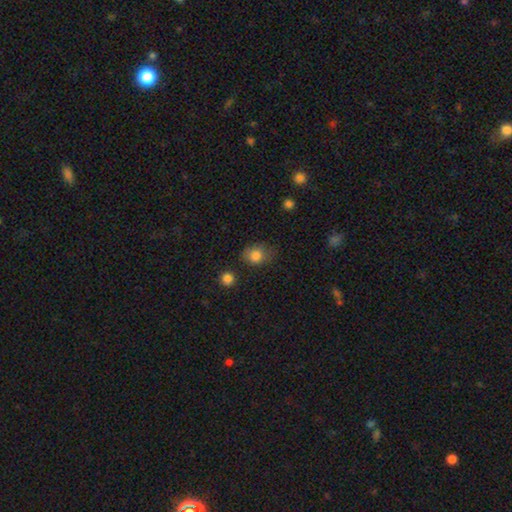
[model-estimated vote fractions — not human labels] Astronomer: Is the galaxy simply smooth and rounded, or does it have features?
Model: smooth — 83%.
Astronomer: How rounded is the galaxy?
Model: in between — 50% (runner-up: round, 49%).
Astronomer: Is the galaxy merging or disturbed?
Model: none — 64%.